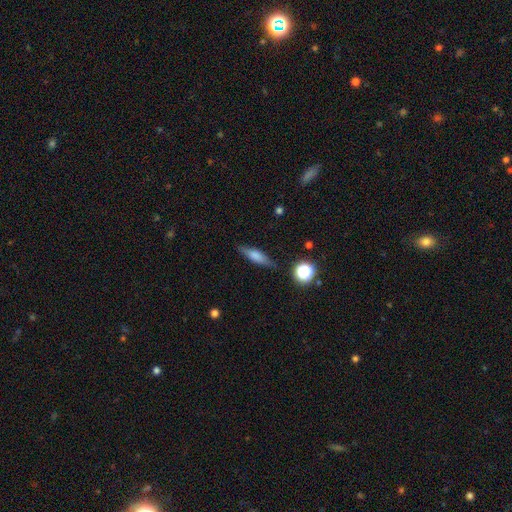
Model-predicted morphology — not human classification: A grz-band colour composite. It shows a smooth galaxy with no disk features (60%) that is cigar-shaped (65%). Merging: none (83%).